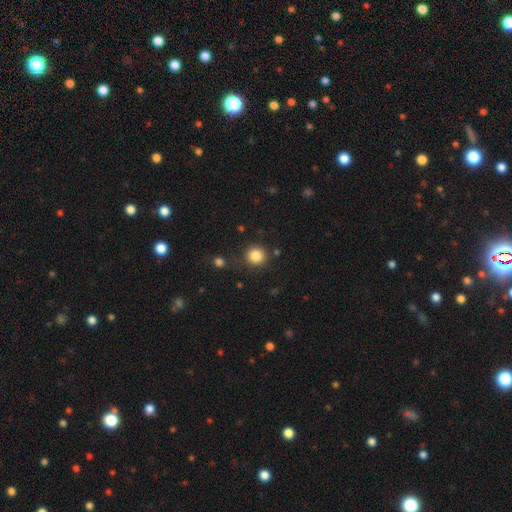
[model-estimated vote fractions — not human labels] Smooth or featured?
  - smooth: 84% *
  - star or artifact: 11%
  - featured or disk: 5%
How rounded?
  - round: 93% *
  - in between: 6%
  - cigar-shaped: 1%
Merging?
  - none: 83% *
  - minor disturbance: 10%
  - merger: 4%
  - major disturbance: 4%